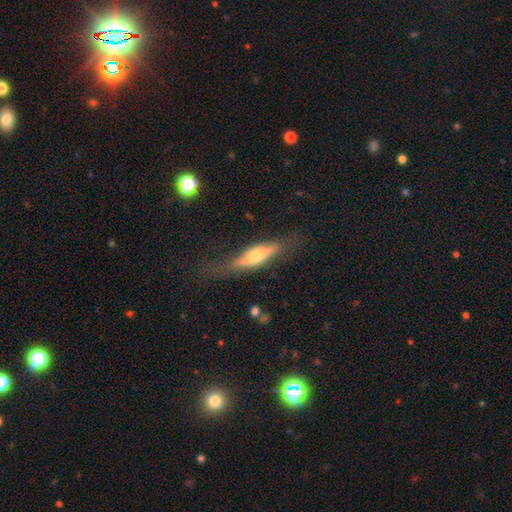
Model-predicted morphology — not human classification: smooth_or_featured: featured or disk (p=0.58) [alt: smooth p=0.35]
disk_edge_on: yes (p=0.82) [alt: no p=0.18]
merging: none (p=0.63) [alt: minor disturbance p=0.22]